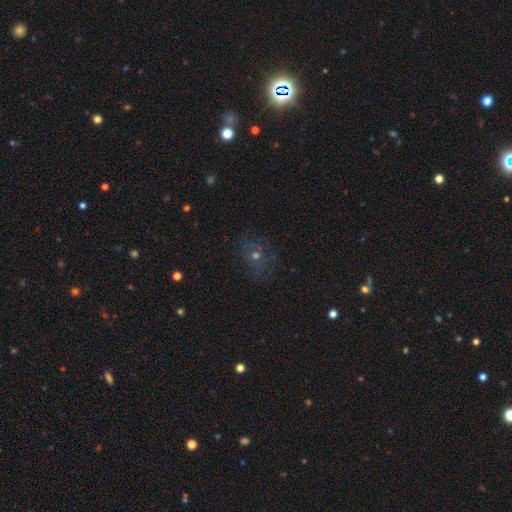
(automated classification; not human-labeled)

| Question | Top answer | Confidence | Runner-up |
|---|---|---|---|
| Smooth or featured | smooth | 37% | featured or disk (35%) |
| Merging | none | 71% | minor disturbance (16%) |